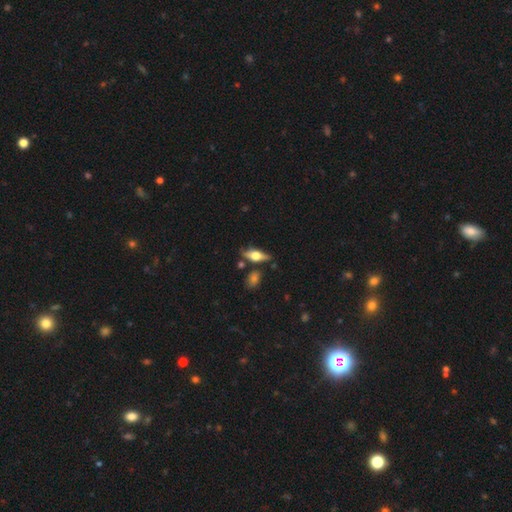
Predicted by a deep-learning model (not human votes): This appears to be a featured or disk galaxy (51%) viewed edge-on (88%). Merging: none (70%).